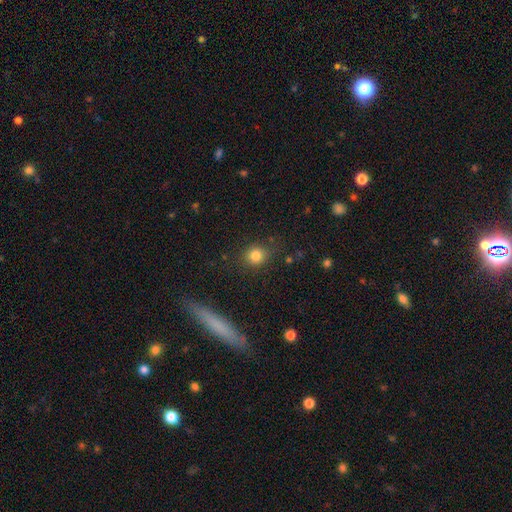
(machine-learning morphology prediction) smooth 81%, star or artifact 12%, featured or disk 7%. Down the decision tree: how rounded — round (78%); merging — none (82%).